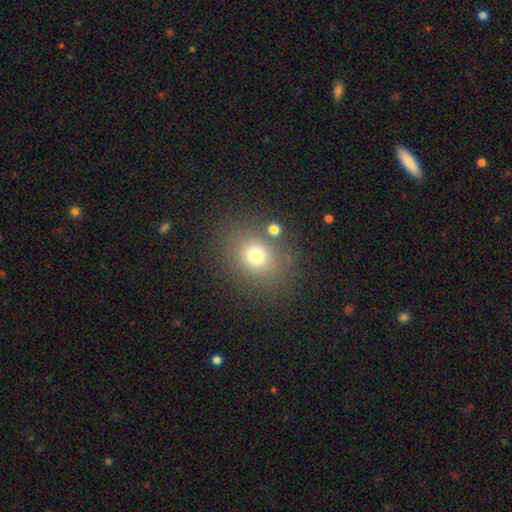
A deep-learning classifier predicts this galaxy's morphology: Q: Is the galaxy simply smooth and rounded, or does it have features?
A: smooth — 73%.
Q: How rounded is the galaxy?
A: round — 63%.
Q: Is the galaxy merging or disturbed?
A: none — 79%.